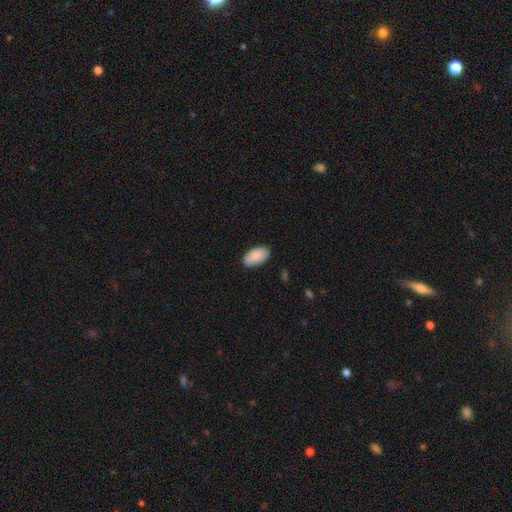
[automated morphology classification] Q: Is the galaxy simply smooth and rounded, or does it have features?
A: smooth — 90%.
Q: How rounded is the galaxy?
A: in between — 96%.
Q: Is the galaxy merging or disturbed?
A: none — 87%.